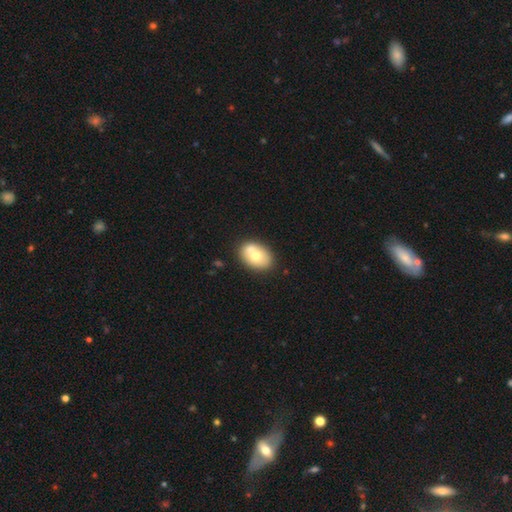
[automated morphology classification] Overall: smooth (65%; featured or disk 28%). How rounded: in between (76%). Merging: none (55%; merger 31%).